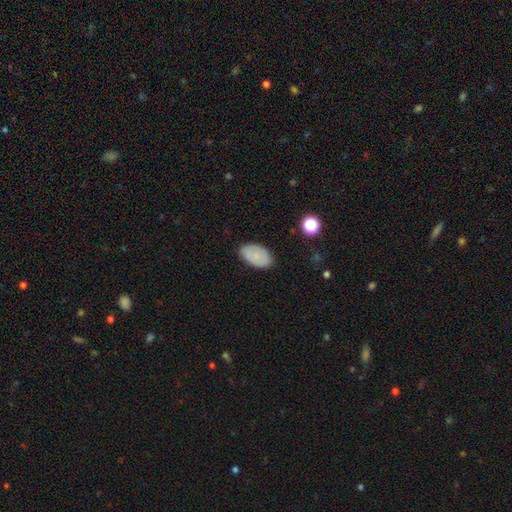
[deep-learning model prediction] smooth-or-featured: smooth: 80% | featured or disk: 11% | star or artifact: 8%
  how-rounded: in between: 93% | round: 6% | cigar-shaped: 1%
  merging: none: 84% | minor disturbance: 12% | major disturbance: 3% | merger: 1%